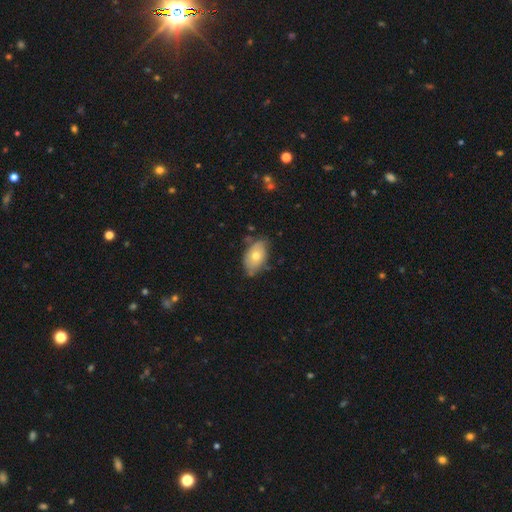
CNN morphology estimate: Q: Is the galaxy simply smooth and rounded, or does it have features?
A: smooth — 62%.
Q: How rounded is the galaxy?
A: in between — 90%.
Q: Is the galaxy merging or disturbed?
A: none — 63%.